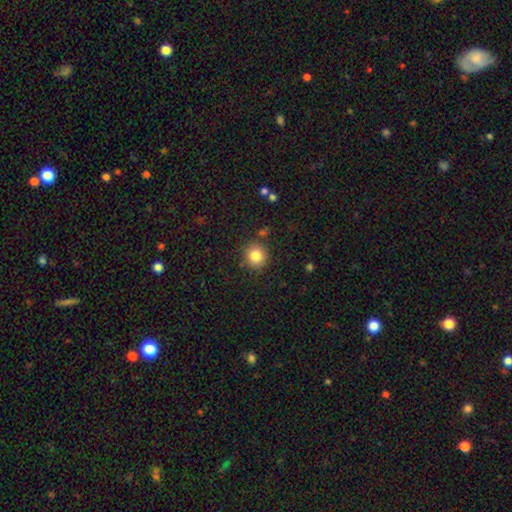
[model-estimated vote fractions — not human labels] Q: Smooth or featured?
A: smooth (83%); runner-up: star or artifact (11%)
Q: How rounded?
A: round (90%); runner-up: in between (9%)
Q: Merging?
A: none (87%); runner-up: minor disturbance (8%)